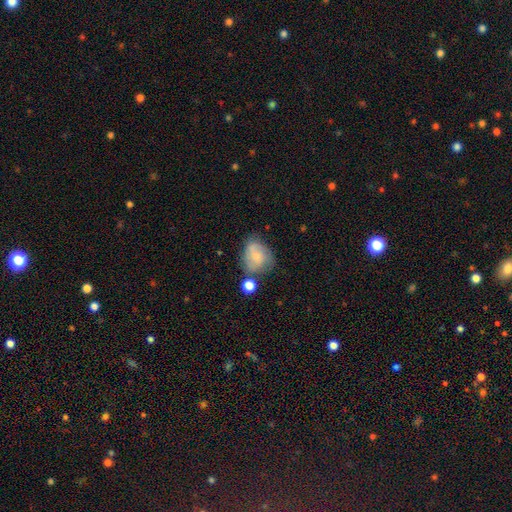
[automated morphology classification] A smooth galaxy with no disk features (52%) that is round (54%). Merging: none (49%).